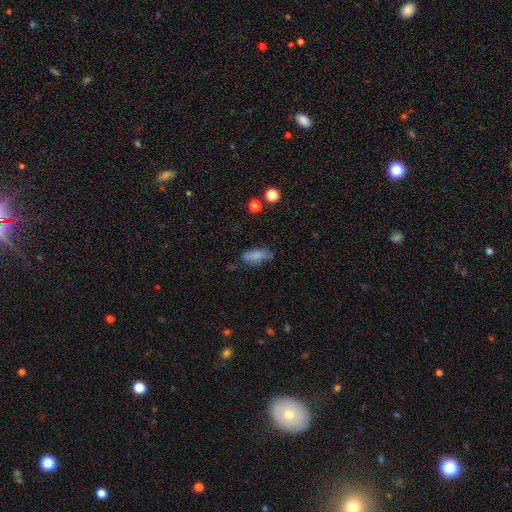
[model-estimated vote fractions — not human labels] smooth-or-featured: smooth: 80% | featured or disk: 11% | star or artifact: 9%
  how-rounded: in between: 75% | cigar-shaped: 22% | round: 3%
  merging: none: 68% | minor disturbance: 23% | major disturbance: 6% | merger: 3%